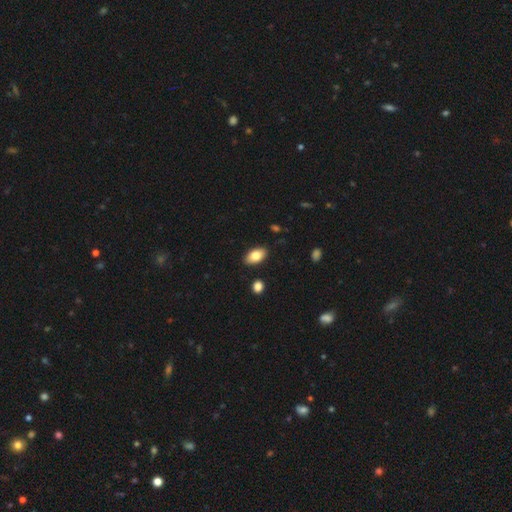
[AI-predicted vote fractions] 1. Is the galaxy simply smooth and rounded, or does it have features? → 81% smooth, 12% featured or disk, 7% star or artifact.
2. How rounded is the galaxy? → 93% in between, 5% round, 3% cigar-shaped.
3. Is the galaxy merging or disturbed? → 88% none, 9% minor disturbance, 2% merger, 2% major disturbance.